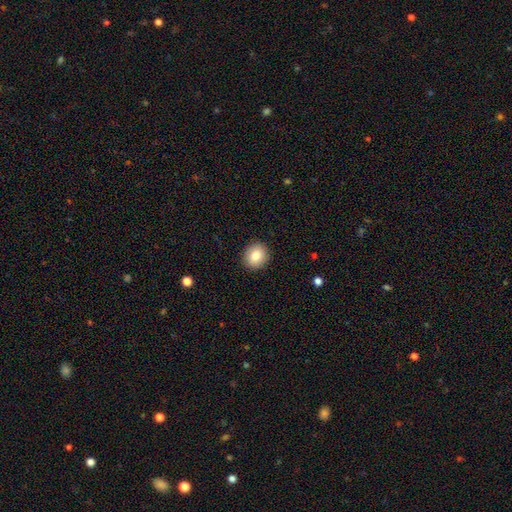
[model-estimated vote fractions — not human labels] Smooth or featured: smooth — 84% (star or artifact — 8%)
How rounded: round — 79% (in between — 21%)
Merging: none — 91% (minor disturbance — 6%)